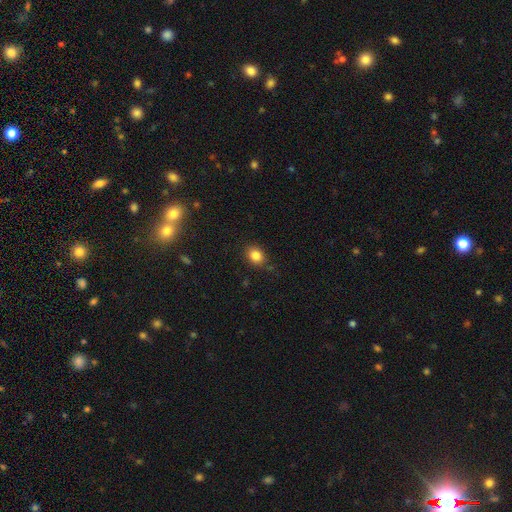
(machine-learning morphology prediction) This appears to be a smooth galaxy with no disk features (84%) that is round (53%). Merging: none (80%).